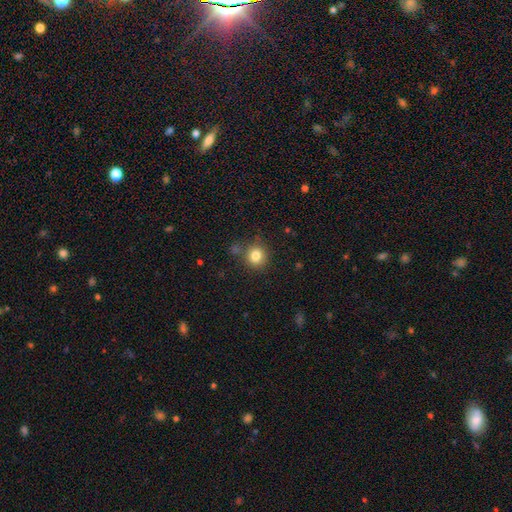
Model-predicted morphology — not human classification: smooth-or-featured: smooth: 82% | star or artifact: 12% | featured or disk: 7%
  how-rounded: round: 88% | in between: 11% | cigar-shaped: 1%
  merging: none: 80% | minor disturbance: 10% | merger: 6% | major disturbance: 3%